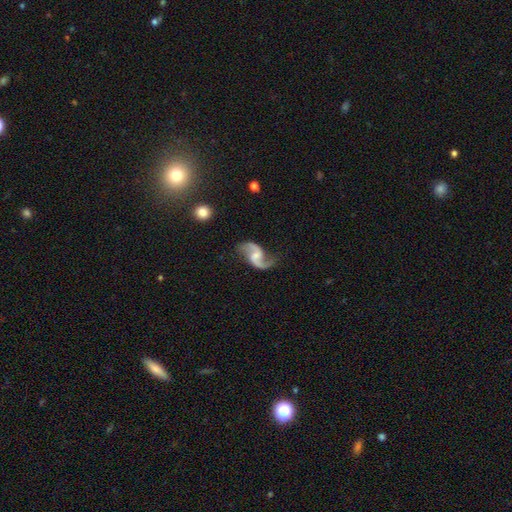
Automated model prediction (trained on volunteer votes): Morphology: type=featured or disk (91%); edge-on=no (98%); bar=weak (50%); spiral arms=yes (98%); winding=loose (70%); arm count=2 (94%); bulge=small (42%); merging=none (77%).